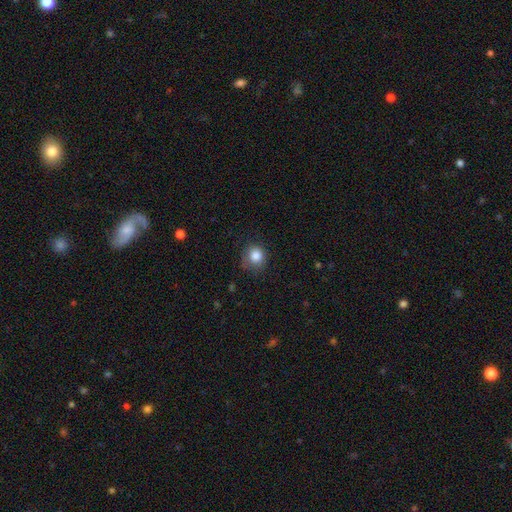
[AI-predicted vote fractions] This is clearly a smooth galaxy (84%). How rounded: clearly round (83%). Merging: likely none (69%).